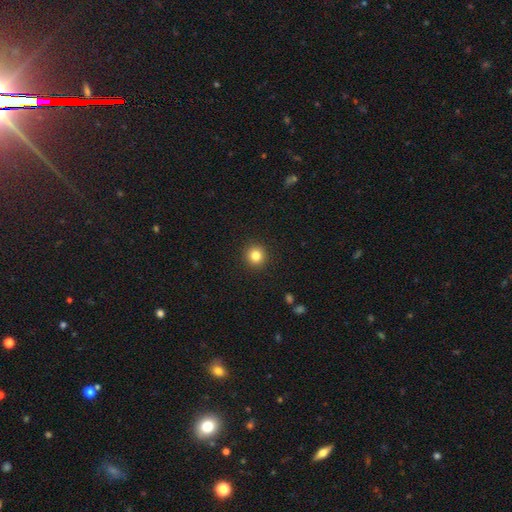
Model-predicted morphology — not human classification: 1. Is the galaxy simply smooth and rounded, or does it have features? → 82% smooth, 11% star or artifact, 6% featured or disk.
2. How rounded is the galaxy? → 93% round, 6% in between, 1% cigar-shaped.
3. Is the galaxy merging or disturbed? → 93% none, 5% minor disturbance, 2% major disturbance, 1% merger.